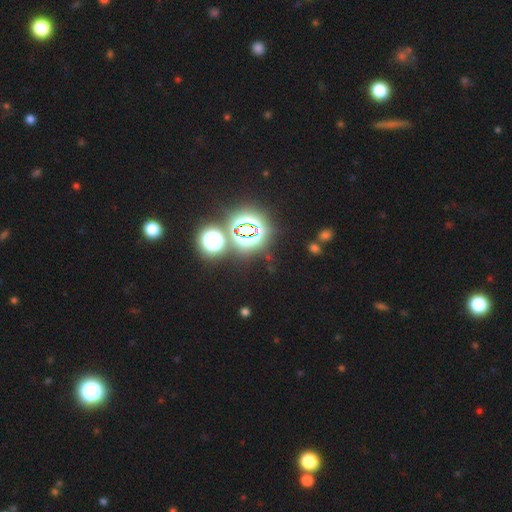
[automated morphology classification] smooth-or-featured: star or artifact: 80% | smooth: 13% | featured or disk: 6%